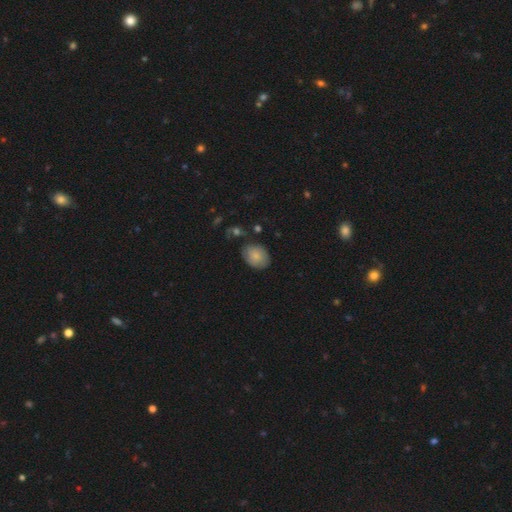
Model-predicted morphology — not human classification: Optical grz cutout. It shows a smooth galaxy with no disk features (80%) that is in between round and cigar-shaped (68%). Merging: none (74%).